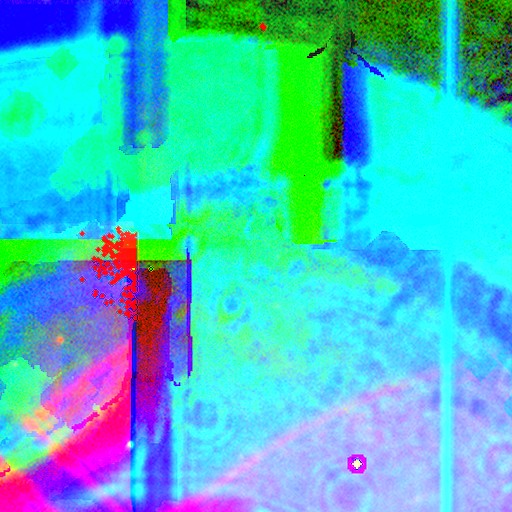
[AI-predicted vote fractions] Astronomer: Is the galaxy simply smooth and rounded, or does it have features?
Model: star or artifact — 87%.